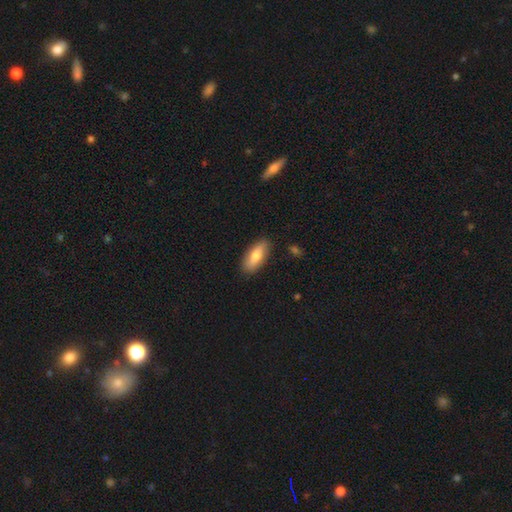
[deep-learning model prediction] This appears to be a smooth galaxy with no disk features (74%) that is in between round and cigar-shaped (77%). Merging: none (87%).